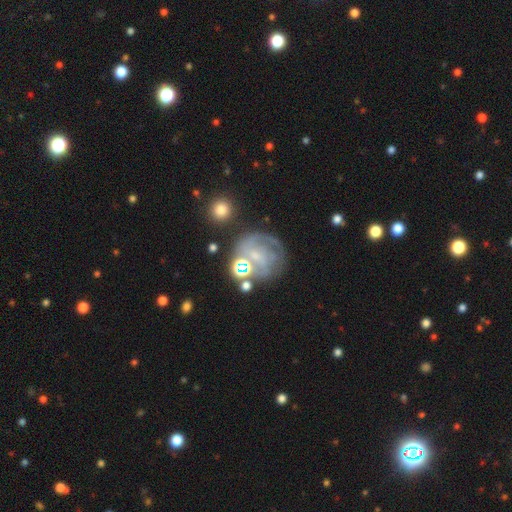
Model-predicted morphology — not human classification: Smooth or featured: featured or disk — 65% (smooth — 22%)
Edge-on disk: no — 98% (yes — 2%)
Bar: no — 56% (weak — 34%)
Spiral arms: yes — 70% (no — 30%)
Bulge size: small — 50% (none — 27%)
Merging: none — 53% (major disturbance — 19%)